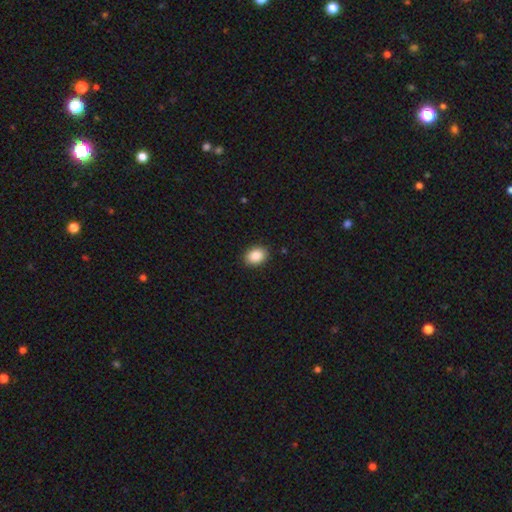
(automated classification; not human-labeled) Morphology: type=smooth (88%); roundness=in between (74%); merging=none (89%).